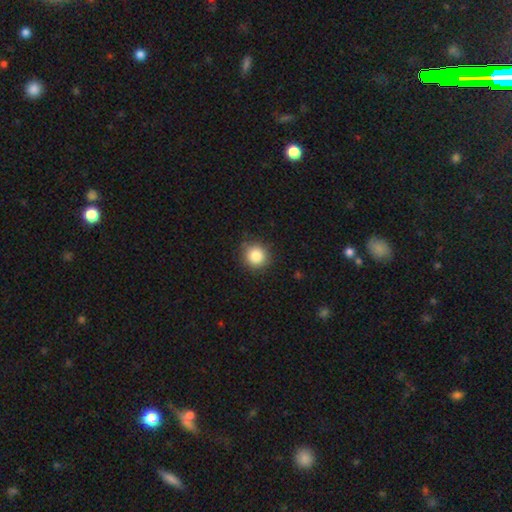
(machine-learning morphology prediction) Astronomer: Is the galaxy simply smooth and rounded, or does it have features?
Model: smooth — 85%.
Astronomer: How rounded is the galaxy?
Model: round — 91%.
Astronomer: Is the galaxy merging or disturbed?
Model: none — 85%.